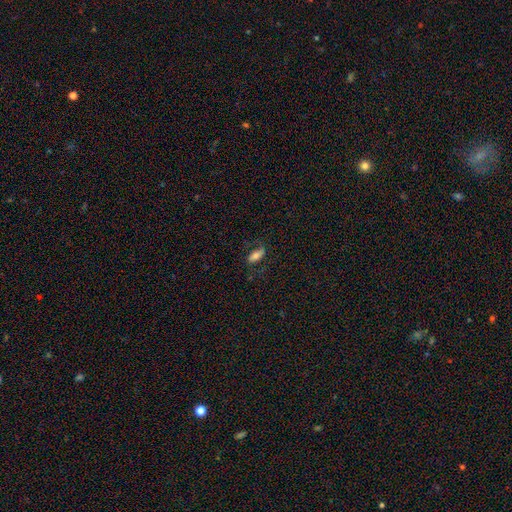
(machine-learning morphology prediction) A smooth galaxy with no disk features (62%) that is in between round and cigar-shaped (76%). Merging: none (70%).